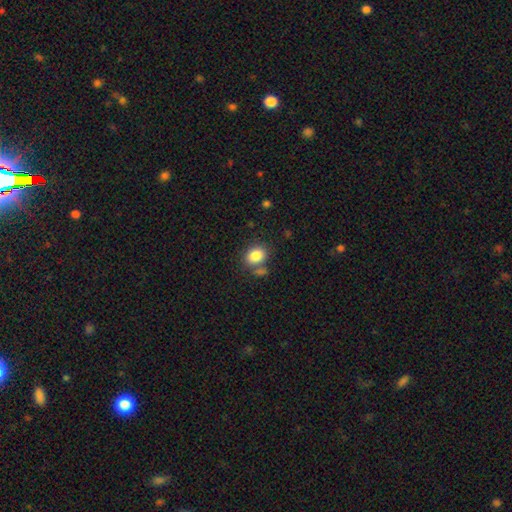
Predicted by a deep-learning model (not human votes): Smooth or featured?
  - smooth: 84% *
  - star or artifact: 9%
  - featured or disk: 7%
How rounded?
  - in between: 54% *
  - round: 45%
  - cigar-shaped: 1%
Merging?
  - none: 64% *
  - merger: 17%
  - minor disturbance: 14%
  - major disturbance: 5%